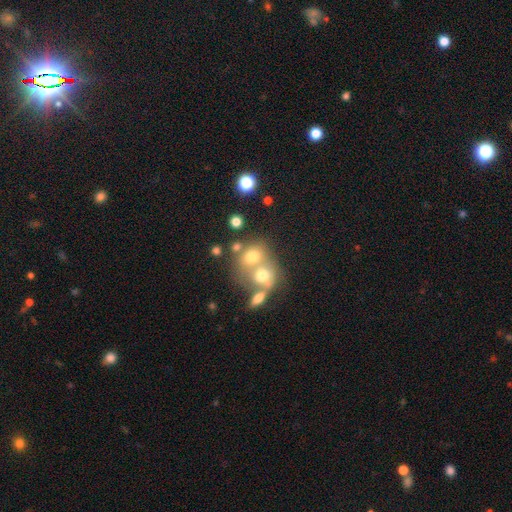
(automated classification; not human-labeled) smooth-or-featured: smooth: 59% | featured or disk: 26% | star or artifact: 15%
  how-rounded: round: 67% | in between: 32% | cigar-shaped: 1%
  merging: merger: 60% | none: 27% | minor disturbance: 7% | major disturbance: 6%